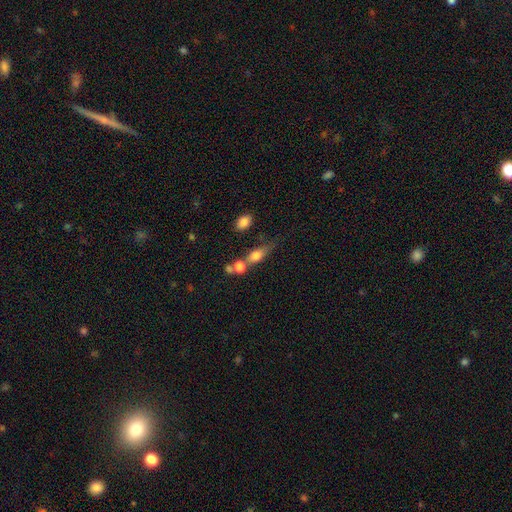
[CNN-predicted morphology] smooth_or_featured: smooth (p=0.66) [alt: featured or disk p=0.23]
how_rounded: in between (p=0.55) [alt: cigar-shaped p=0.24]
merging: merger (p=0.41) [alt: none p=0.35]